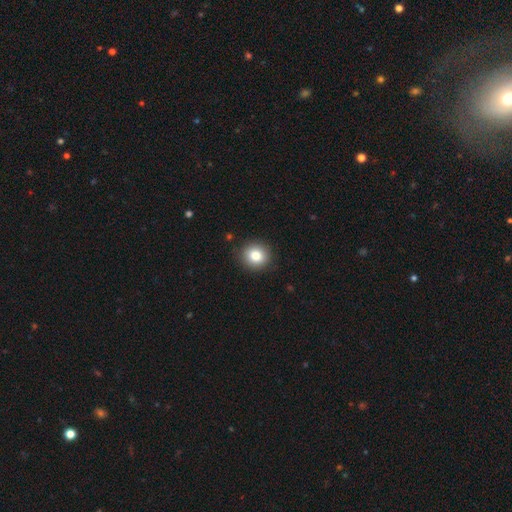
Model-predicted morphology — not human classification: Overall: smooth (82%). How rounded: round (88%). Merging: none (90%).